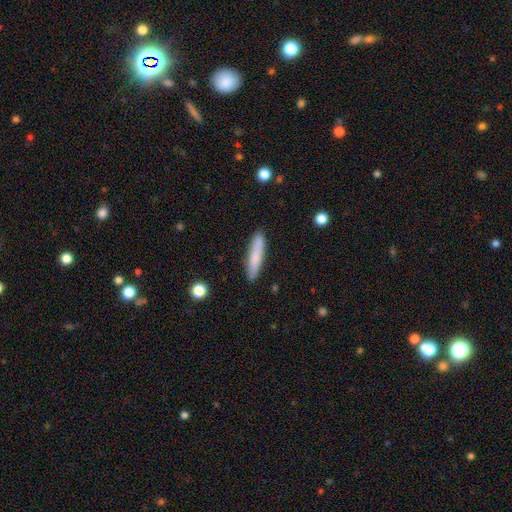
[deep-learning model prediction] Overall: smooth (77%). How rounded: cigar-shaped (87%). Merging: none (88%).